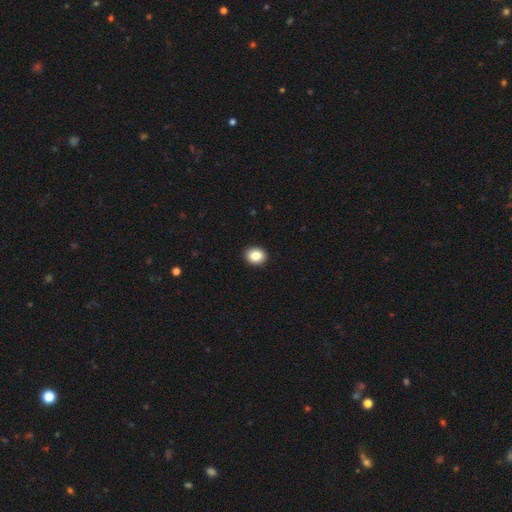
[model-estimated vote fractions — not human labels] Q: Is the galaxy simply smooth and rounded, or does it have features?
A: smooth — 85%.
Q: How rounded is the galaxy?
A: round — 54%.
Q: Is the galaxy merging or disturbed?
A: none — 92%.